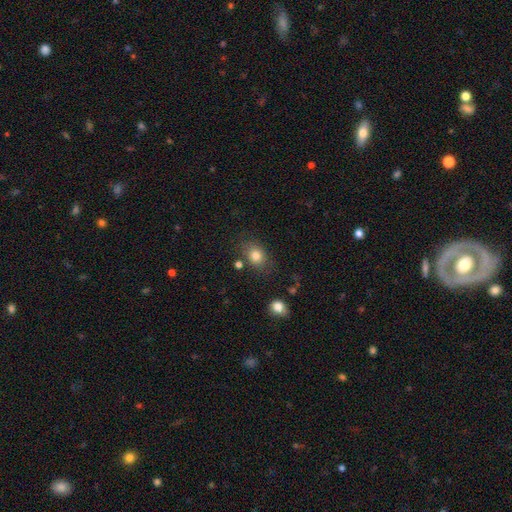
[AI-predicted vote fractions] This appears to be a smooth galaxy with no disk features (82%) that is in between round and cigar-shaped (55%). Merging: none (74%).